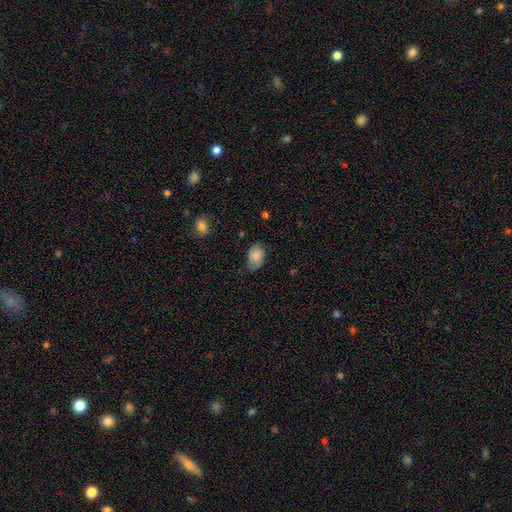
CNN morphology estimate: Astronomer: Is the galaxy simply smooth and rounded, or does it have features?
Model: smooth — 82%.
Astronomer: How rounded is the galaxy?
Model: in between — 80%.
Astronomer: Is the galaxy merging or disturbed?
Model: none — 61%.